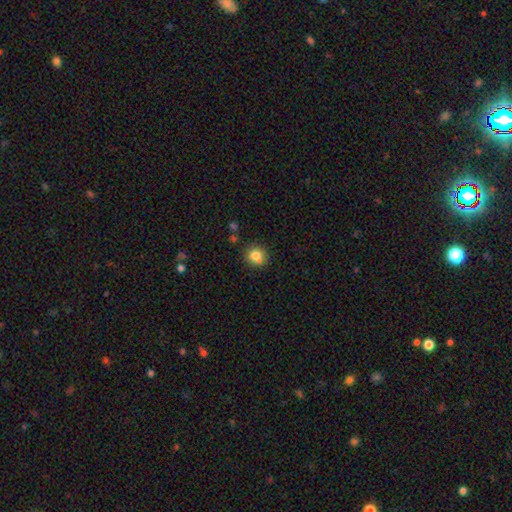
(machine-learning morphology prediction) type=smooth (78%); roundness=round (83%); merging=none (63%).